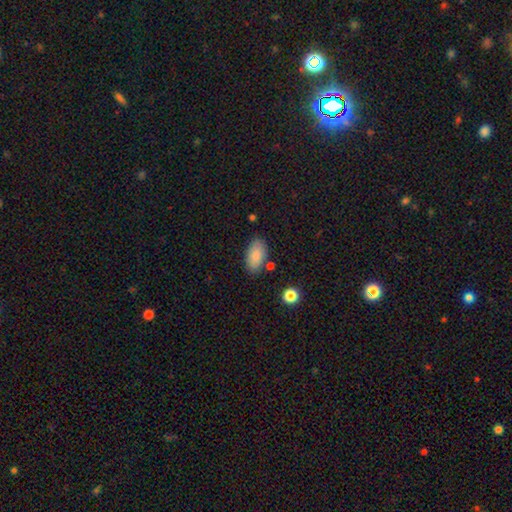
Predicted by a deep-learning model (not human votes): Morphology: type=smooth (85%); roundness=in between (93%); merging=none (79%).